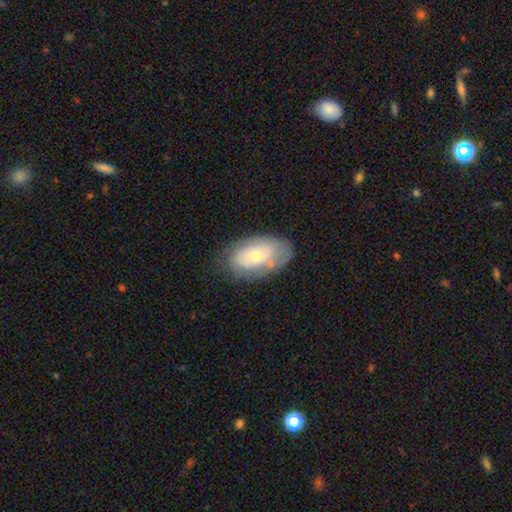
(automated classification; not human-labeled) smooth 54%, featured or disk 39%, star or artifact 7%. Down the decision tree: how rounded — in between (91%); merging — none (60%).